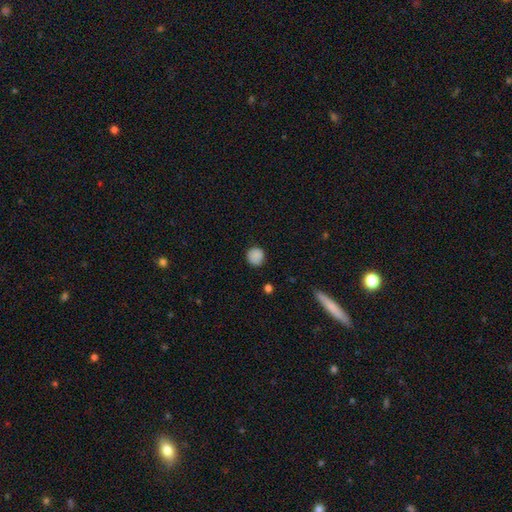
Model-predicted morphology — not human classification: smooth_or_featured: smooth (p=0.87) [alt: star or artifact p=0.09]
how_rounded: round (p=0.92) [alt: in between p=0.07]
merging: none (p=0.89) [alt: minor disturbance p=0.08]